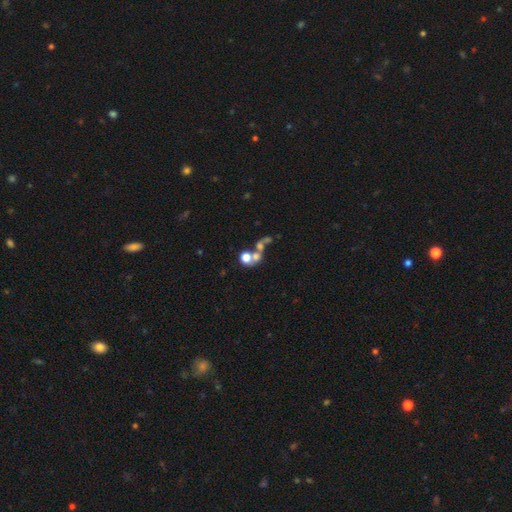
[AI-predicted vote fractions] This is possibly a smooth galaxy (50%). Merging: possibly merger (52%).